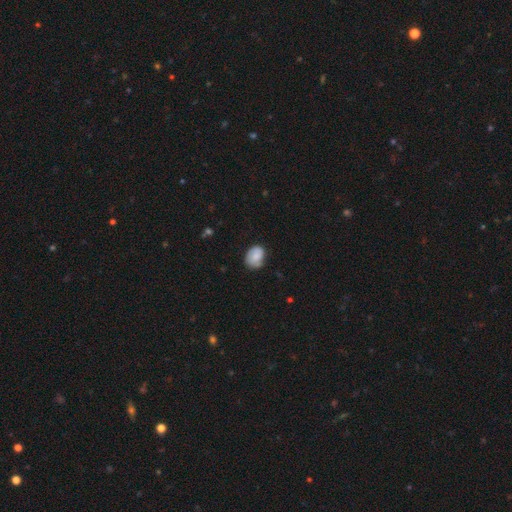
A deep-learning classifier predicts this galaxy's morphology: Overall: smooth (79%). How rounded: in between (63%; round 36%). Merging: none (64%; minor disturbance 28%).